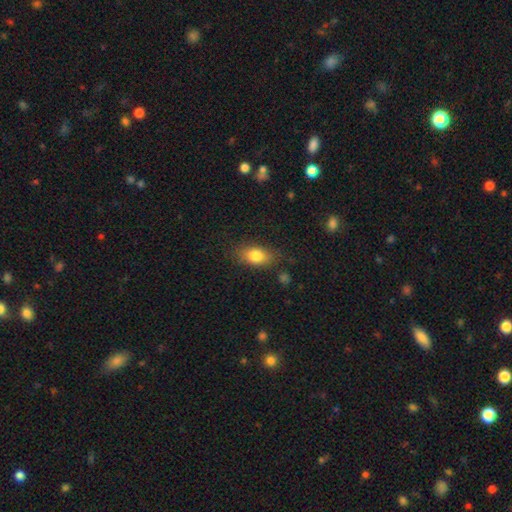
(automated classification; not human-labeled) This appears to be a smooth galaxy with no disk features (80%) that is in between round and cigar-shaped (81%). Merging: none (77%).